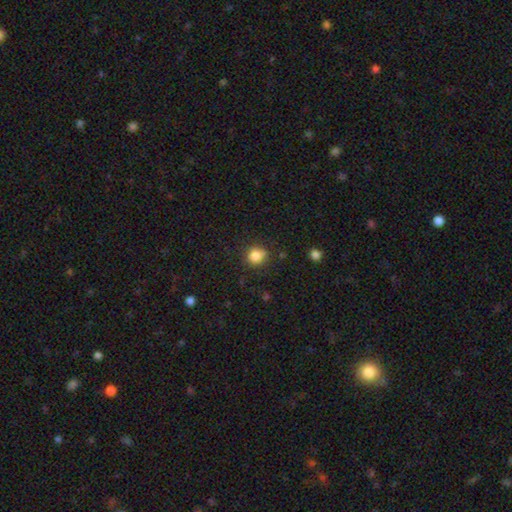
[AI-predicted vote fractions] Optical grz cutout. It shows a smooth galaxy with no disk features (83%) that is round (86%). Merging: none (75%).